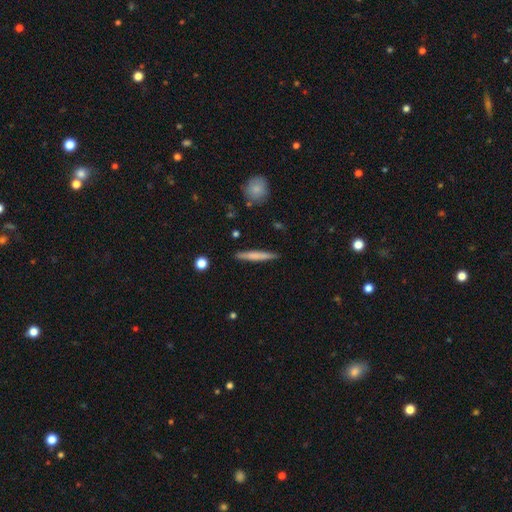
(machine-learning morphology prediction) Smooth or featured? smooth (63%)
How rounded? cigar-shaped (94%)
Merging? none (89%)